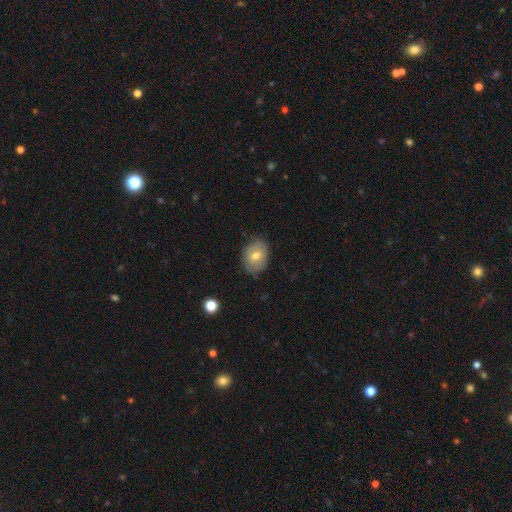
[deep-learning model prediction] This is likely a smooth galaxy (60%). How rounded: likely in between (60%). Merging: likely none (77%).